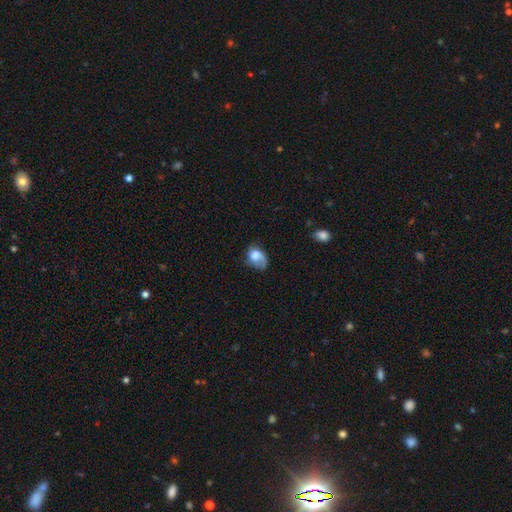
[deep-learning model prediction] A smooth galaxy with no disk features (68%) that is in between round and cigar-shaped (67%). Merging: minor disturbance (34%).